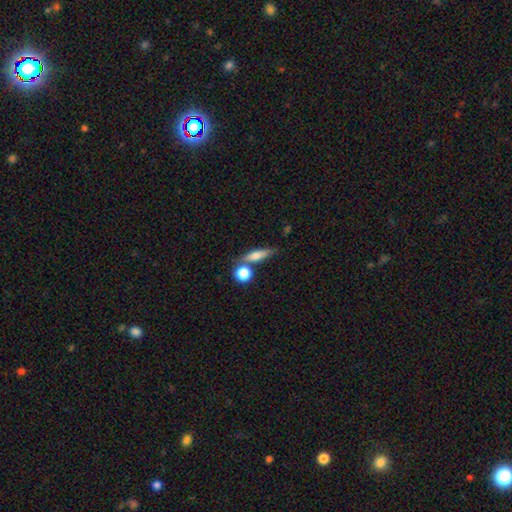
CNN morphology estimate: type=smooth (69%); roundness=cigar-shaped (51%); merging=none (63%).